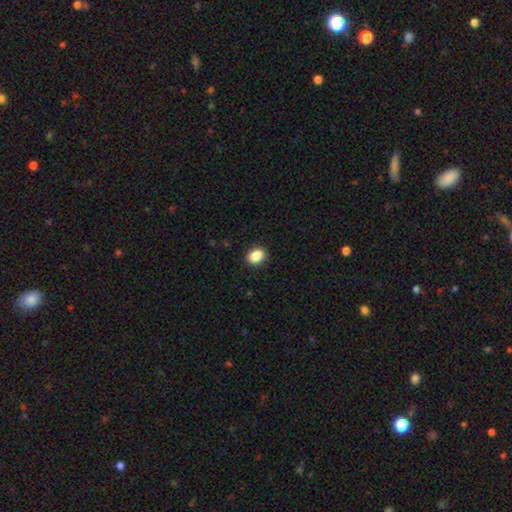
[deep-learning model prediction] A smooth galaxy with no disk features (88%) that is in between round and cigar-shaped (60%).

Vote fractions:
- Smooth or featured? smooth: 88% / star or artifact: 9% / featured or disk: 4%
- How rounded? in between: 60% / round: 39% / cigar-shaped: 1%
- Merging? none: 91% / minor disturbance: 6% / major disturbance: 2% / merger: 1%